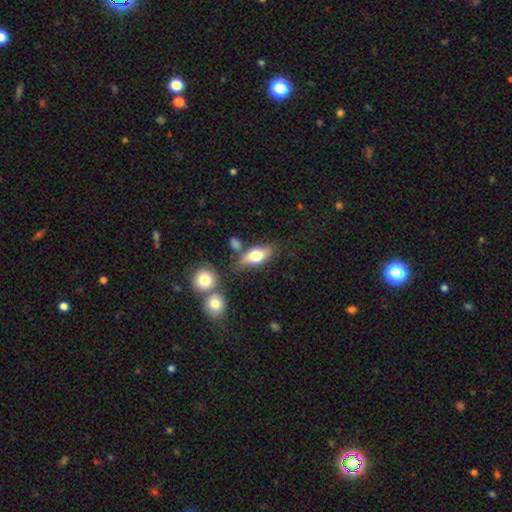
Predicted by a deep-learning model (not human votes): Smooth or featured: smooth — 67% (featured or disk — 25%)
How rounded: in between — 79% (cigar-shaped — 13%)
Merging: none — 65% (minor disturbance — 17%)